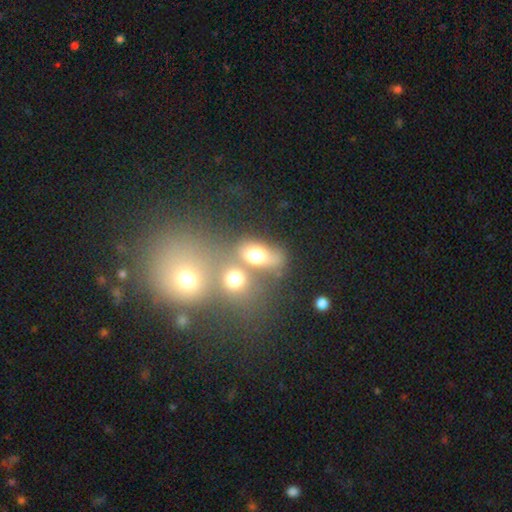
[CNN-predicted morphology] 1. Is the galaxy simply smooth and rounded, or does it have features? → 69% smooth, 16% star or artifact, 15% featured or disk.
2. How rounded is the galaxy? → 60% in between, 36% round, 4% cigar-shaped.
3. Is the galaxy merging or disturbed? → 41% none, 40% merger, 11% minor disturbance, 8% major disturbance.